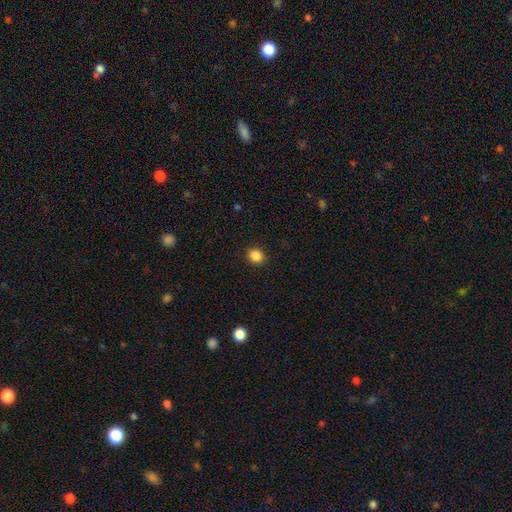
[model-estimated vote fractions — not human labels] smooth-or-featured: smooth: 87% | star or artifact: 10% | featured or disk: 3%
  how-rounded: round: 73% | in between: 26% | cigar-shaped: 1%
  merging: none: 91% | minor disturbance: 6% | major disturbance: 2% | merger: 1%